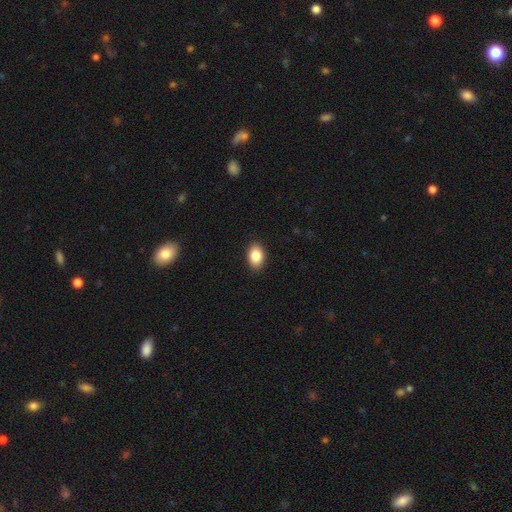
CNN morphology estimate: A smooth galaxy with no disk features (87%) that is in between round and cigar-shaped (86%). Merging: none (89%).